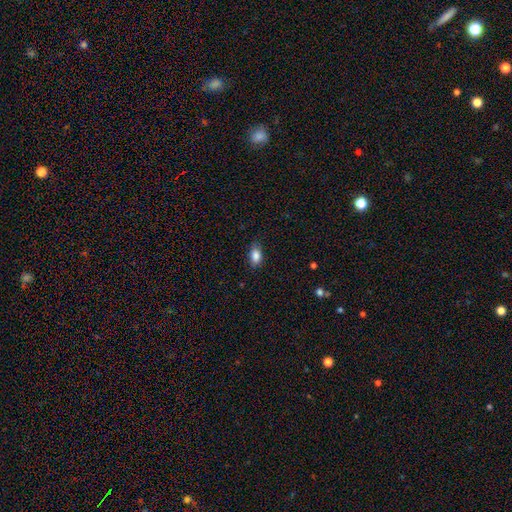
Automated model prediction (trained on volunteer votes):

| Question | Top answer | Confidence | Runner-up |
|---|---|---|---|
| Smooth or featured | smooth | 86% | star or artifact (8%) |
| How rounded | in between | 88% | round (10%) |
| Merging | none | 80% | minor disturbance (16%) |